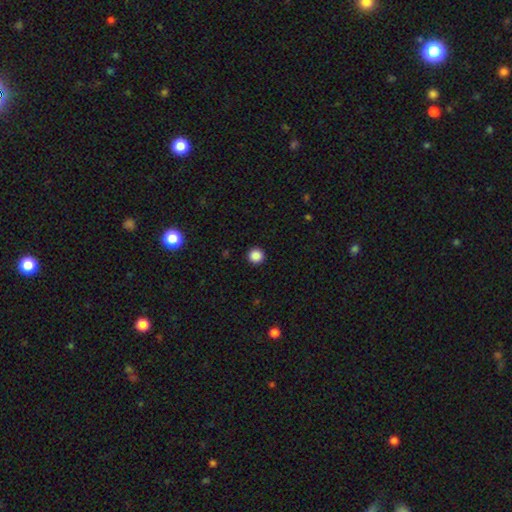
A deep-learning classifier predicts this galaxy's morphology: Q: Smooth or featured?
A: smooth (87%); runner-up: star or artifact (10%)
Q: How rounded?
A: round (96%); runner-up: in between (3%)
Q: Merging?
A: none (93%); runner-up: minor disturbance (4%)